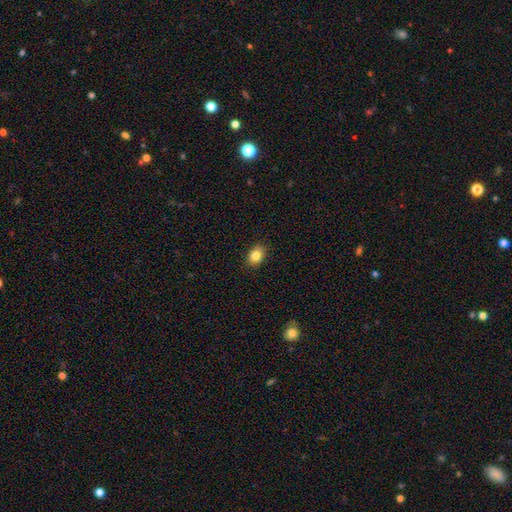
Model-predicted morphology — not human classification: This appears to be a smooth galaxy with no disk features (84%) that is in between round and cigar-shaped (58%). Merging: none (86%).